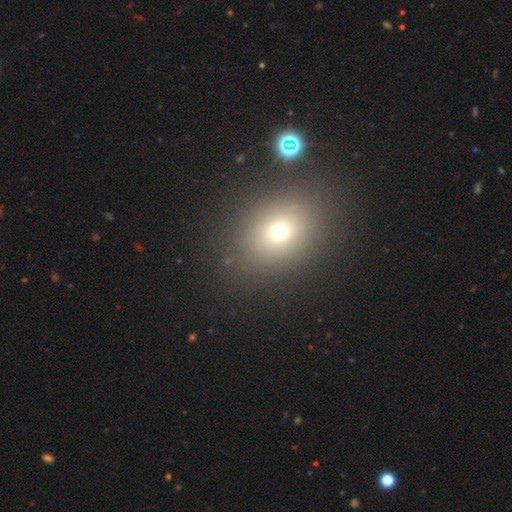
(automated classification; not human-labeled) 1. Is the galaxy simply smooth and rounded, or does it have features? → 63% smooth, 25% star or artifact, 12% featured or disk.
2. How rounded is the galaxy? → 52% in between, 46% round, 2% cigar-shaped.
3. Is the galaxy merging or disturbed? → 86% none, 7% minor disturbance, 3% merger, 3% major disturbance.